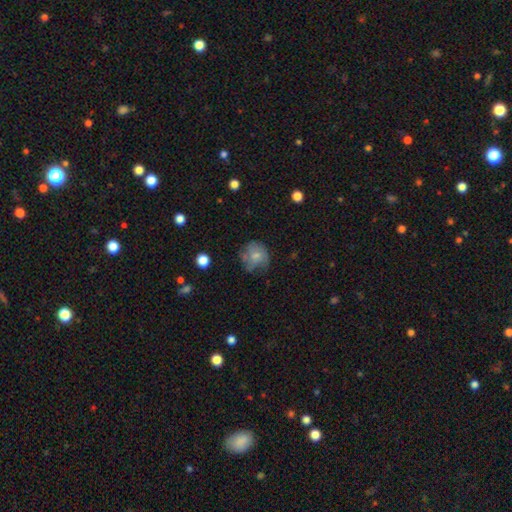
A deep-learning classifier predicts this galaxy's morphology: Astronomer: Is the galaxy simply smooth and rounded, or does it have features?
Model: smooth — 64%.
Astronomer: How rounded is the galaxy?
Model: round — 73%.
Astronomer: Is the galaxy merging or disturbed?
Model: none — 49% (runner-up: minor disturbance, 31%).